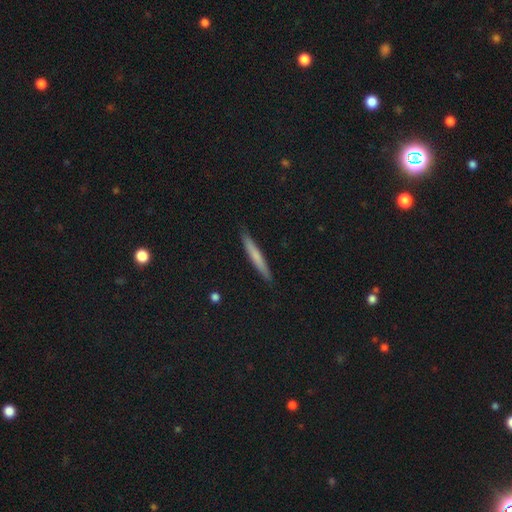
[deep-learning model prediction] Overall: smooth (64%; featured or disk 29%). How rounded: cigar-shaped (96%). Merging: none (90%).